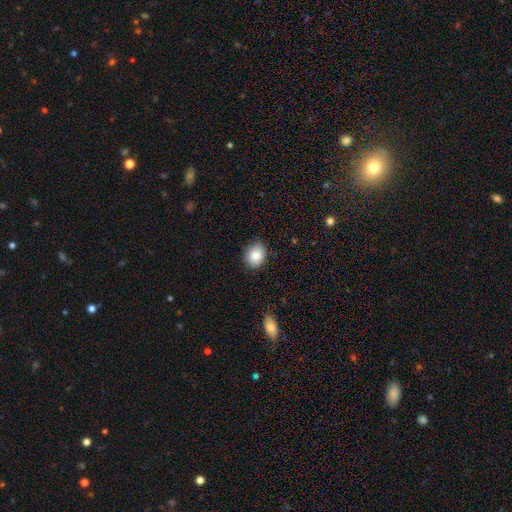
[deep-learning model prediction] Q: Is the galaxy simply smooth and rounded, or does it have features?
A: smooth — 85%.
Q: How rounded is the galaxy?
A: in between — 50%.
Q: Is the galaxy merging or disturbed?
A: none — 85%.